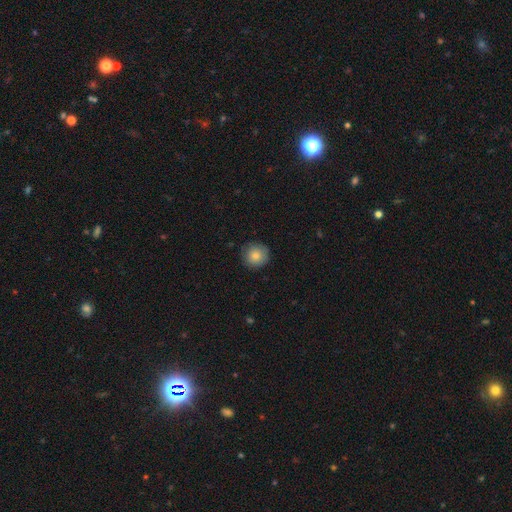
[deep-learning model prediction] smooth 81%, featured or disk 10%, star or artifact 9%. Down the decision tree: how rounded — round (95%); merging — none (87%).